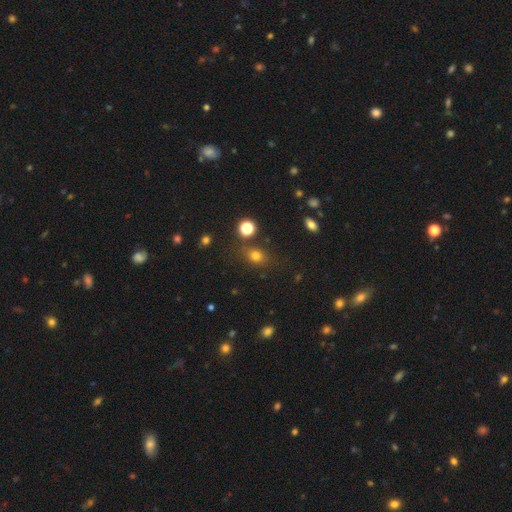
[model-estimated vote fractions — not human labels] smooth_or_featured: smooth (p=0.75) [alt: star or artifact p=0.17]
how_rounded: round (p=0.52) [alt: in between p=0.46]
merging: none (p=0.77) [alt: minor disturbance p=0.13]